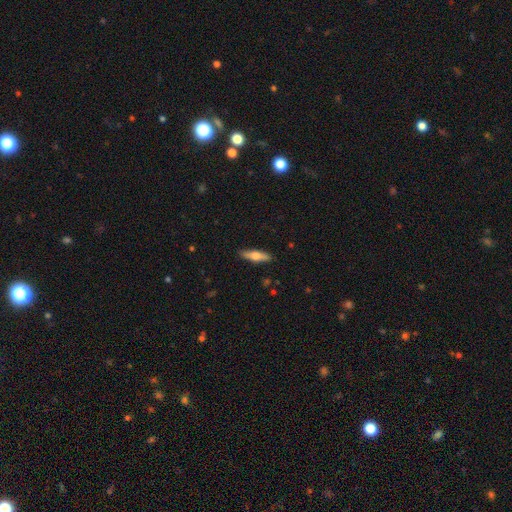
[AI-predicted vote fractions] Smooth or featured? Predicted: smooth (p=0.55). How rounded? Predicted: cigar-shaped (p=0.66). Merging? Predicted: none (p=0.89).